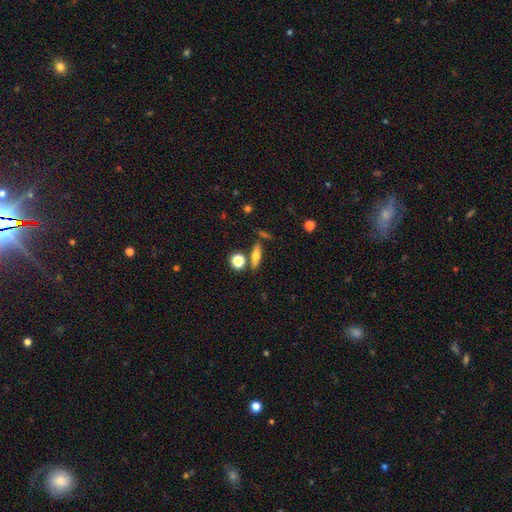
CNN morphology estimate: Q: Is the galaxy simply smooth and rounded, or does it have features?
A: smooth — 58%.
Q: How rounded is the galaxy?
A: in between — 47%.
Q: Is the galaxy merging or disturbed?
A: none — 73%.